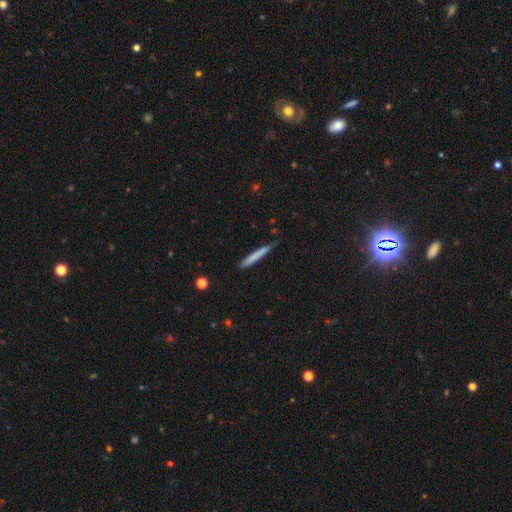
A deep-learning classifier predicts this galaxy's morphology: Smooth or featured? smooth (72%)
How rounded? cigar-shaped (96%)
Merging? none (79%)